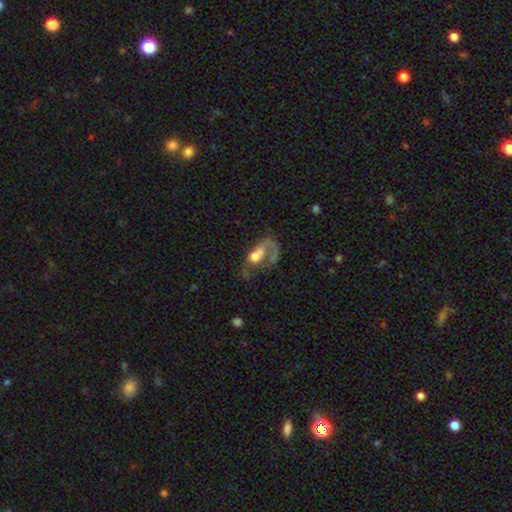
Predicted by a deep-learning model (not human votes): smooth_or_featured: featured or disk (p=0.54) [alt: smooth p=0.36]
disk_edge_on: no (p=0.97) [alt: yes p=0.03]
bar: no (p=0.81) [alt: weak p=0.15]
has_spiral_arms: no (p=0.54) [alt: yes p=0.46]
bulge_size: moderate (p=0.41) [alt: large p=0.28]
merging: major disturbance (p=0.46) [alt: merger p=0.24]